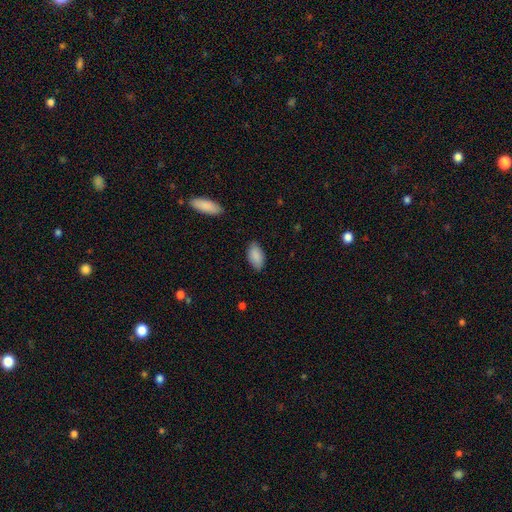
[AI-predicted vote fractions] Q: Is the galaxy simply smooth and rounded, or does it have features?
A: smooth — 88%.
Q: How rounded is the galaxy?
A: in between — 94%.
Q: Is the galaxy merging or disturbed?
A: none — 82%.